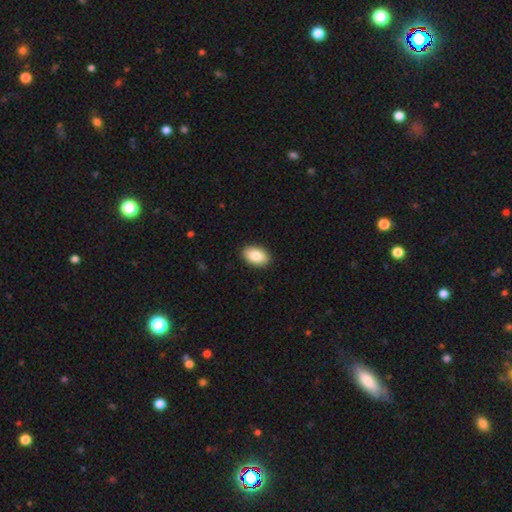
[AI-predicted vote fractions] Smooth or featured? smooth (86%)
How rounded? in between (91%)
Merging? none (90%)